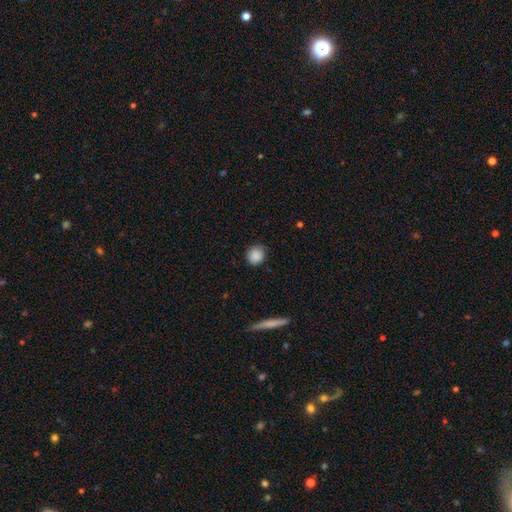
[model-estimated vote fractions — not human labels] Overall: smooth (87%). How rounded: round (85%). Merging: none (83%).